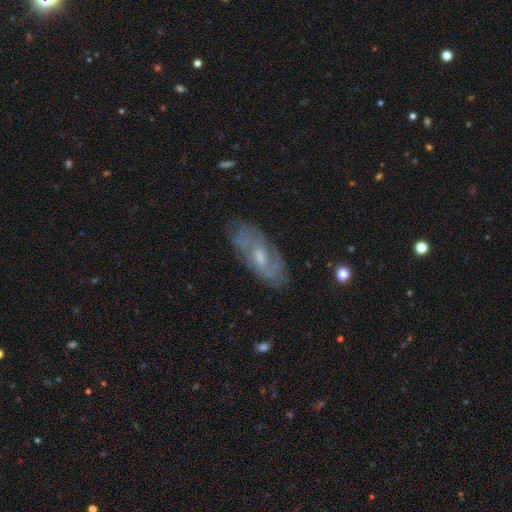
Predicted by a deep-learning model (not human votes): smooth_or_featured: featured or disk (p=0.63) [alt: smooth p=0.24]
disk_edge_on: no (p=0.83) [alt: yes p=0.17]
bar: no (p=0.50) [alt: weak p=0.41]
has_spiral_arms: yes (p=0.79) [alt: no p=0.21]
bulge_size: moderate (p=0.52) [alt: small p=0.40]
merging: none (p=0.81) [alt: minor disturbance p=0.14]